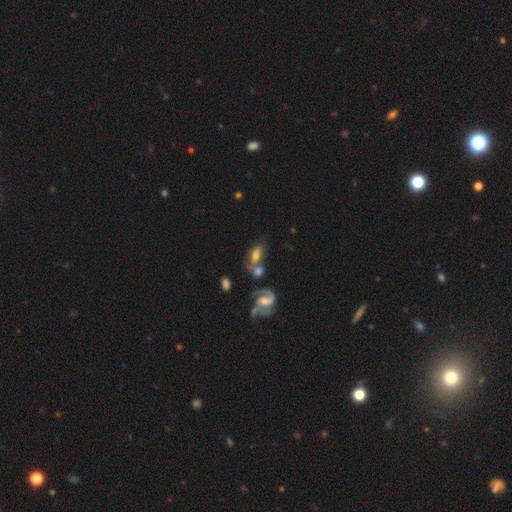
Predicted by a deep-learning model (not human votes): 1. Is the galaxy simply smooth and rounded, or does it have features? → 49% featured or disk, 41% smooth, 10% star or artifact.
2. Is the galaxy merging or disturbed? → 46% merger, 29% none, 14% minor disturbance, 10% major disturbance.